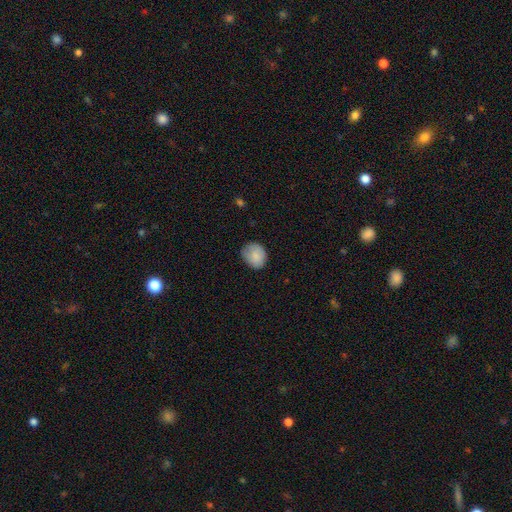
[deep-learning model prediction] Smooth or featured?
  - smooth: 85% *
  - featured or disk: 8%
  - star or artifact: 7%
How rounded?
  - round: 62% *
  - in between: 37%
  - cigar-shaped: 1%
Merging?
  - none: 70% *
  - minor disturbance: 24%
  - major disturbance: 5%
  - merger: 1%